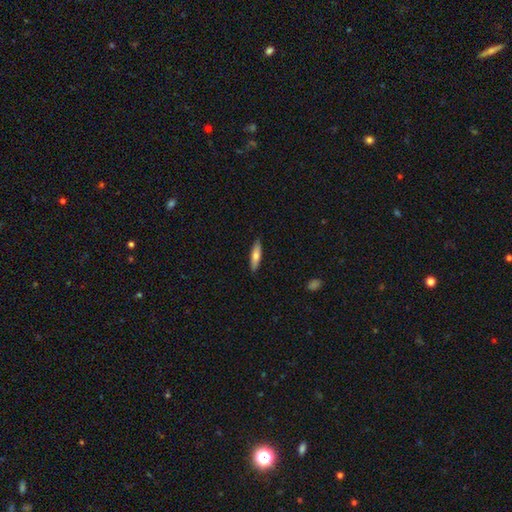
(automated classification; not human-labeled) smooth-or-featured: smooth: 69% | featured or disk: 25% | star or artifact: 6%
  how-rounded: cigar-shaped: 70% | in between: 29% | round: 2%
  merging: none: 89% | minor disturbance: 9% | major disturbance: 2% | merger: 1%